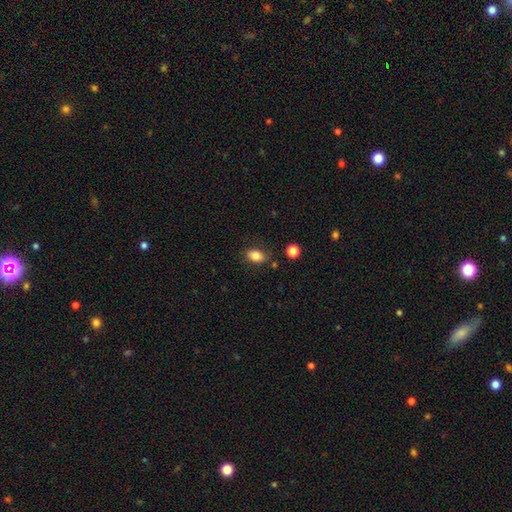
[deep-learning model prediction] Smooth or featured? smooth (83%)
How rounded? in between (83%)
Merging? none (80%)